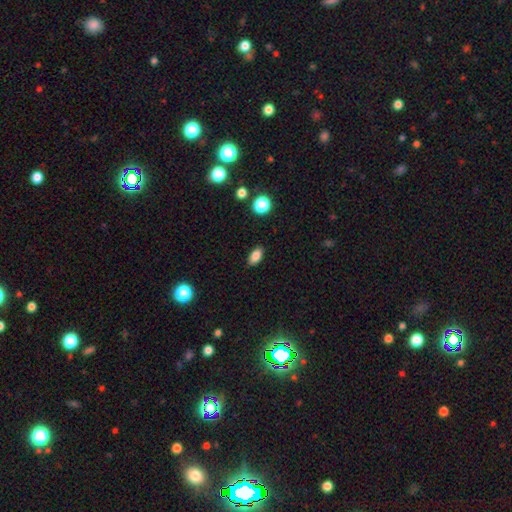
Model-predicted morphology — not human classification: type=smooth (85%); roundness=in between (89%); merging=none (88%).